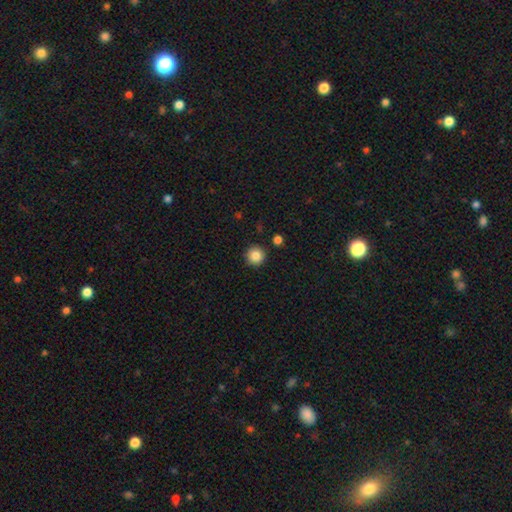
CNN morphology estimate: A smooth galaxy with no disk features (86%) that is round (96%). Merging: none (91%).